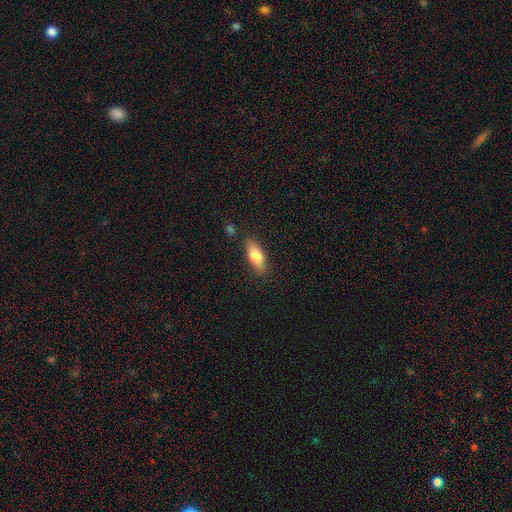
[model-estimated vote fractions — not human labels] smooth_or_featured: smooth (p=0.76) [alt: featured or disk p=0.17]
how_rounded: in between (p=0.71) [alt: cigar-shaped p=0.26]
merging: none (p=0.84) [alt: minor disturbance p=0.11]